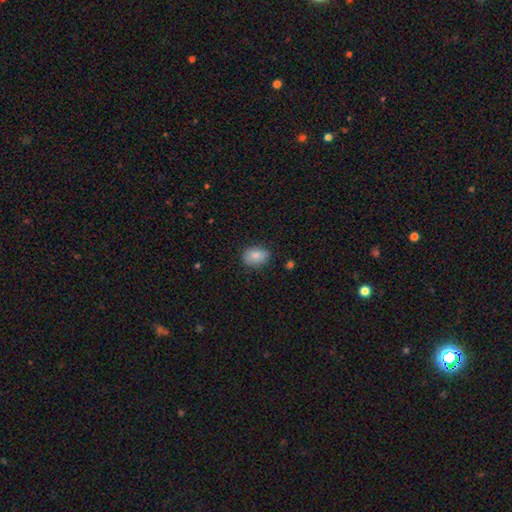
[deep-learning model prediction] Smooth or featured? Predicted: smooth (p=0.85). How rounded? Predicted: in between (p=0.75). Merging? Predicted: none (p=0.80).